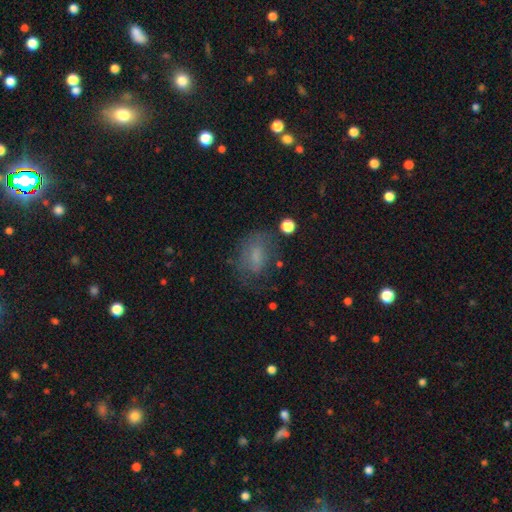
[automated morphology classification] A smooth galaxy with no disk features (57%) that is in between round and cigar-shaped (74%). Merging: none (54%).